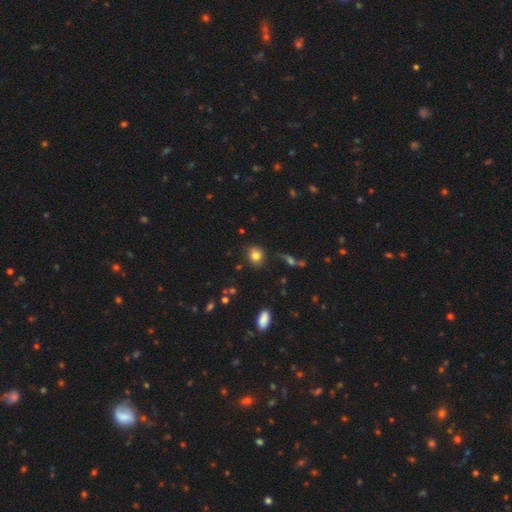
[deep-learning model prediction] A smooth galaxy with no disk features (81%) that is round (72%).

Vote fractions:
- Smooth or featured? smooth: 81% / star or artifact: 11% / featured or disk: 8%
- How rounded? round: 72% / in between: 27% / cigar-shaped: 1%
- Merging? none: 82% / minor disturbance: 12% / major disturbance: 3% / merger: 3%